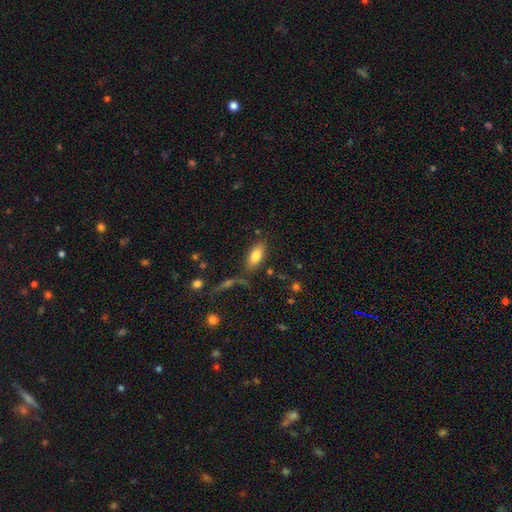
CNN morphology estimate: smooth-or-featured: smooth: 79% | featured or disk: 14% | star or artifact: 7%
  how-rounded: in between: 86% | cigar-shaped: 12% | round: 3%
  merging: none: 76% | minor disturbance: 13% | merger: 7% | major disturbance: 4%